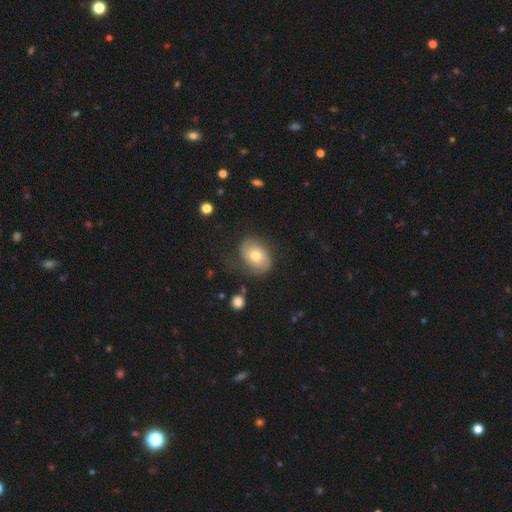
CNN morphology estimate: Smooth or featured? smooth (51%)
How rounded? in between (68%)
Merging? none (62%)